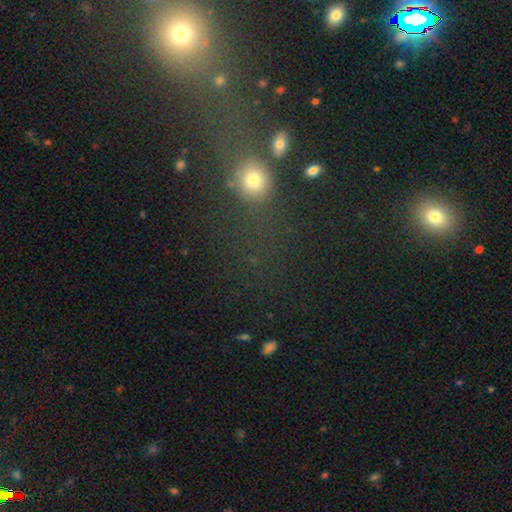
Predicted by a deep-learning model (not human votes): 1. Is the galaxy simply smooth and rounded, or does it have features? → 47% smooth, 41% star or artifact, 11% featured or disk.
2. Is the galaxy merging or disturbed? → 51% none, 25% merger, 12% major disturbance, 11% minor disturbance.